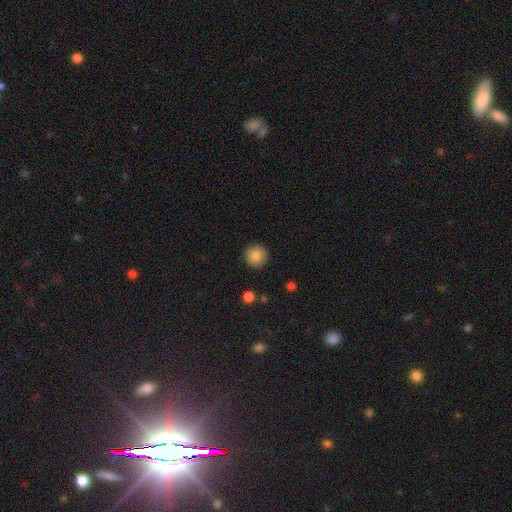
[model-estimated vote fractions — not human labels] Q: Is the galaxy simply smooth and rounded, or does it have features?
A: smooth — 85%.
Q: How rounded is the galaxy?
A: round — 95%.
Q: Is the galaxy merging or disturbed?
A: none — 91%.